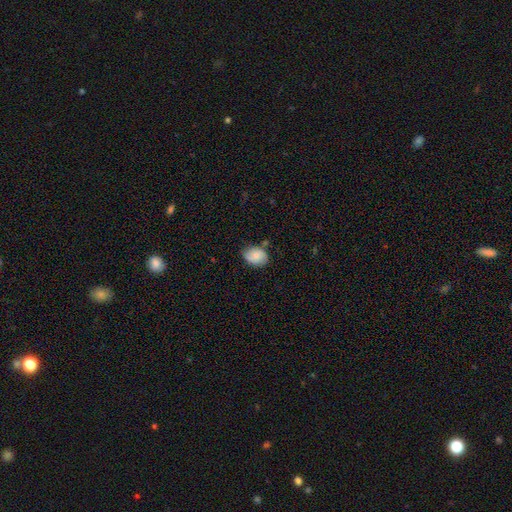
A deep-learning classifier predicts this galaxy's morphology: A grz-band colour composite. It shows a smooth galaxy with no disk features (72%) that is in between round and cigar-shaped (62%). Merging: none (65%).